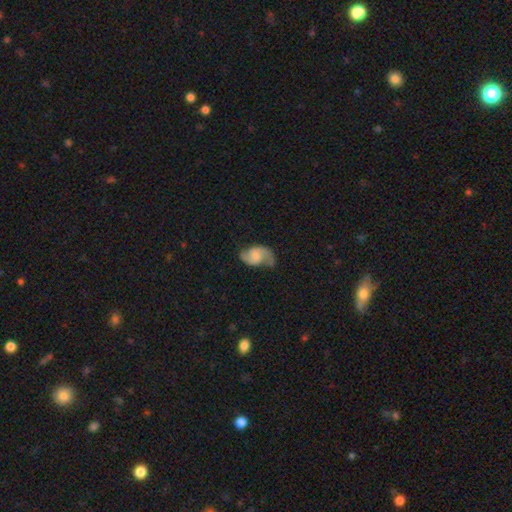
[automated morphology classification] Smooth or featured: featured or disk — 68% (smooth — 25%)
Edge-on disk: no — 97% (yes — 3%)
Bar: no — 51% (weak — 40%)
Spiral arms: yes — 93% (no — 7%)
Spiral winding: loose — 48% (medium — 39%)
Spiral arm count: 2 — 87% (1 — 6%)
Bulge size: none — 40% (small — 22%)
Merging: none — 57% (minor disturbance — 26%)